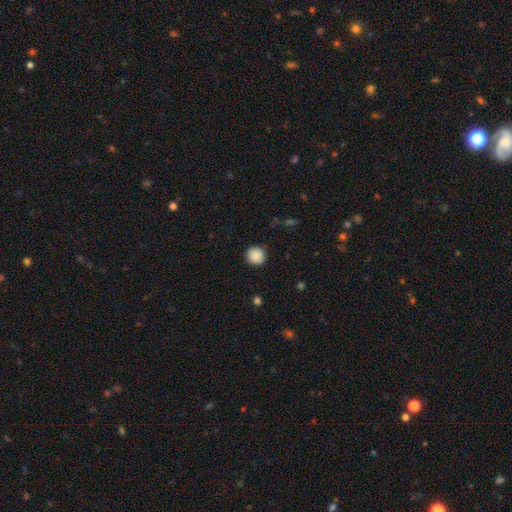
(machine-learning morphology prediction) A smooth galaxy with no disk features (89%) that is round (94%). Merging: none (90%).